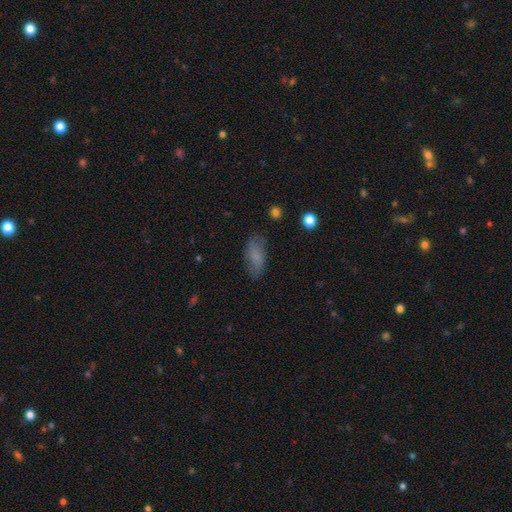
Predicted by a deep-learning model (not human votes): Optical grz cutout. It shows a smooth galaxy with no disk features (74%) that is in between round and cigar-shaped (87%). Merging: none (77%).